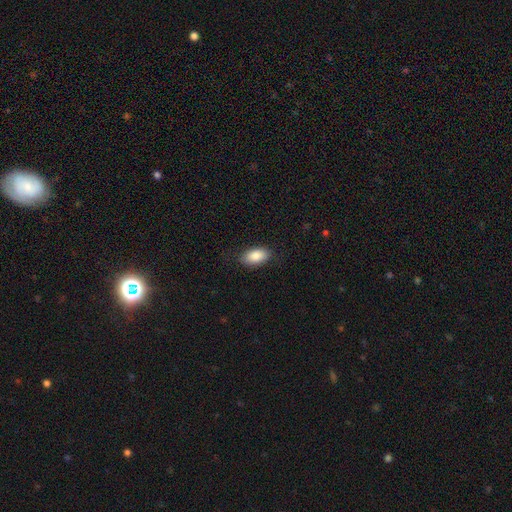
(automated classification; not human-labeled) Smooth or featured? smooth (87%)
How rounded? in between (93%)
Merging? none (84%)